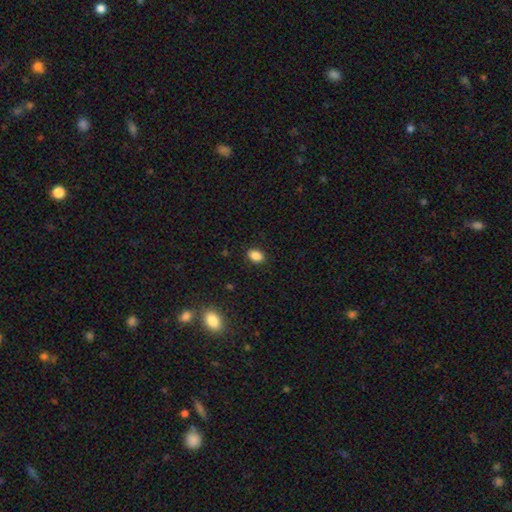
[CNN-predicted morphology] Smooth or featured?
  - smooth: 87% *
  - star or artifact: 9%
  - featured or disk: 4%
How rounded?
  - in between: 80% *
  - round: 19%
  - cigar-shaped: 1%
Merging?
  - none: 89% *
  - minor disturbance: 8%
  - major disturbance: 2%
  - merger: 1%